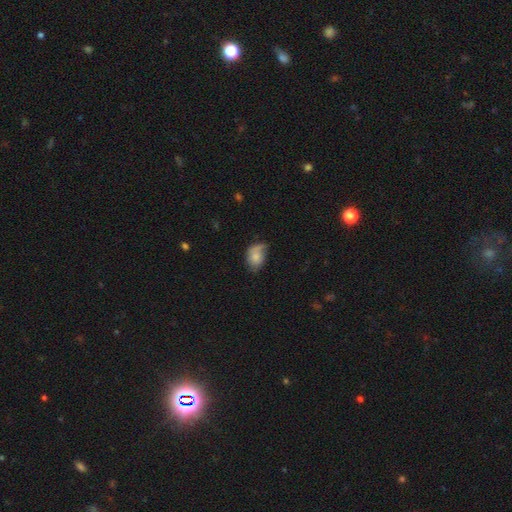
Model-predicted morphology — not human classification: Overall: smooth (69%). How rounded: in between (75%). Merging: minor disturbance (39%; none 38%).